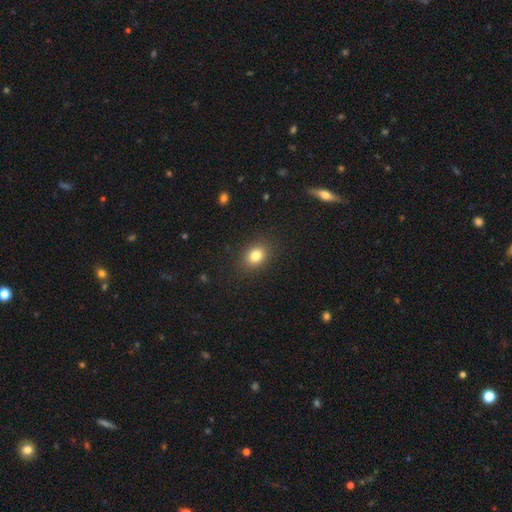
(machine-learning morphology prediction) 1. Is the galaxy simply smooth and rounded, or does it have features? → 81% smooth, 11% star or artifact, 8% featured or disk.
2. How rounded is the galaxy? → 55% in between, 44% round, 1% cigar-shaped.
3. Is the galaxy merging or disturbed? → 88% none, 9% minor disturbance, 3% major disturbance, 1% merger.